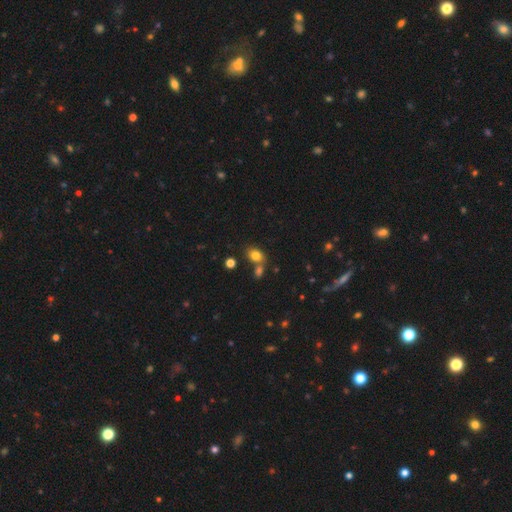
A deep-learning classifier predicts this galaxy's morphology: A smooth galaxy with no disk features (80%) that is in between round and cigar-shaped (65%). Merging: none (57%).